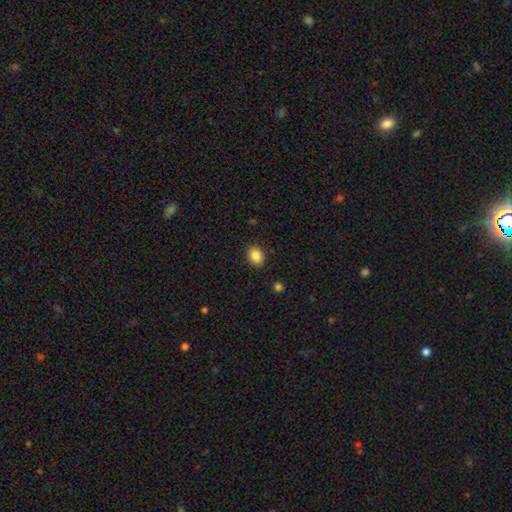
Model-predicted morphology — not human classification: smooth-or-featured: smooth: 86% | star or artifact: 9% | featured or disk: 5%
  how-rounded: in between: 54% | round: 45% | cigar-shaped: 1%
  merging: none: 89% | minor disturbance: 7% | major disturbance: 2% | merger: 1%